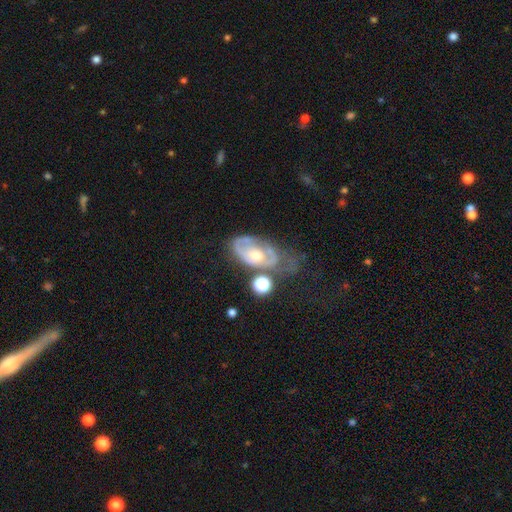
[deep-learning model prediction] Q: Smooth or featured?
A: featured or disk (72%); runner-up: smooth (21%)
Q: Edge-on disk?
A: no (93%); runner-up: yes (7%)
Q: Bar?
A: no (78%); runner-up: weak (17%)
Q: Spiral arms?
A: yes (66%); runner-up: no (34%)
Q: Bulge size?
A: moderate (66%); runner-up: small (26%)
Q: Merging?
A: none (31%); runner-up: major disturbance (30%)